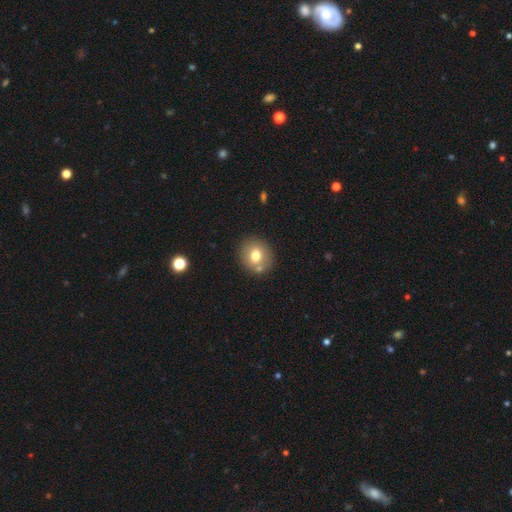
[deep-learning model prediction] Q: Smooth or featured?
A: smooth (72%); runner-up: featured or disk (18%)
Q: How rounded?
A: round (79%); runner-up: in between (20%)
Q: Merging?
A: none (77%); runner-up: minor disturbance (10%)